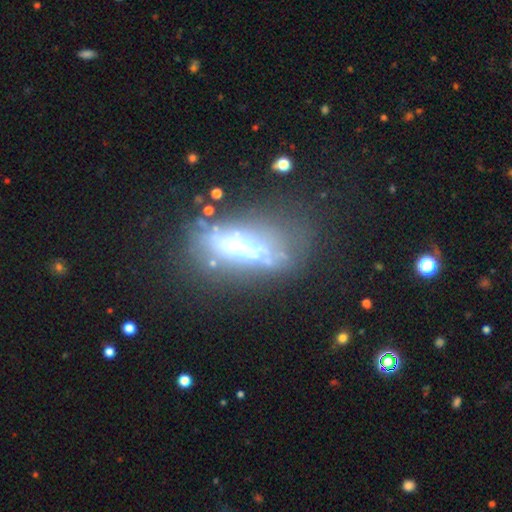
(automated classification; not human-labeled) featured or disk 56%, smooth 28%, star or artifact 17%. Down the decision tree: edge-on disk — no (71%); merging — none (42%).